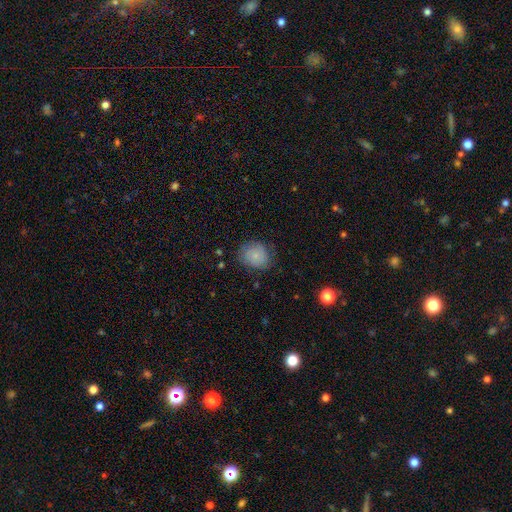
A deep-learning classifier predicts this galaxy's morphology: smooth 76%, featured or disk 16%, star or artifact 8%. Down the decision tree: how rounded — round (70%); merging — none (72%).